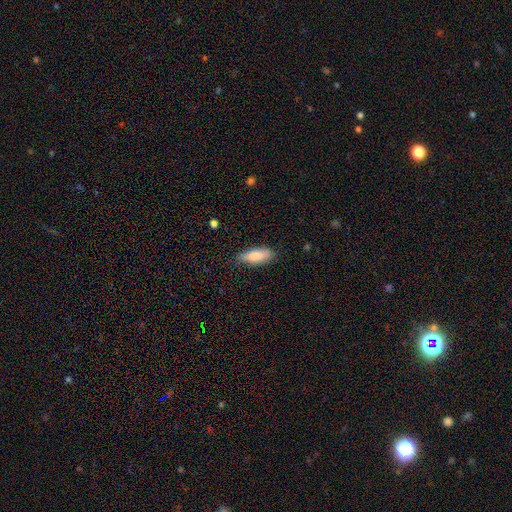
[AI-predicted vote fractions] A smooth galaxy with no disk features (82%) that is in between round and cigar-shaped (72%). Merging: none (80%).